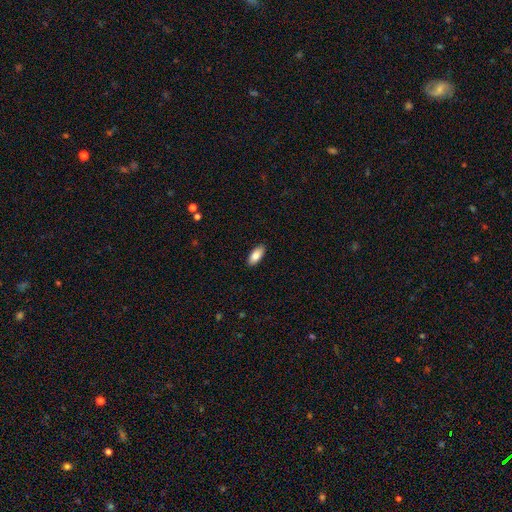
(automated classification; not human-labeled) Smooth or featured? smooth (85%)
How rounded? in between (88%)
Merging? none (89%)